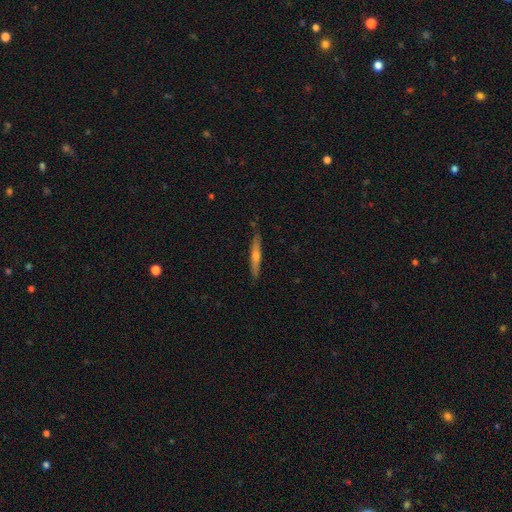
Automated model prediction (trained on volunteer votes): Smooth or featured? featured or disk (57%)
Edge-on disk? yes (95%)
Edge-on bulge? rounded (75%)
Merging? none (88%)